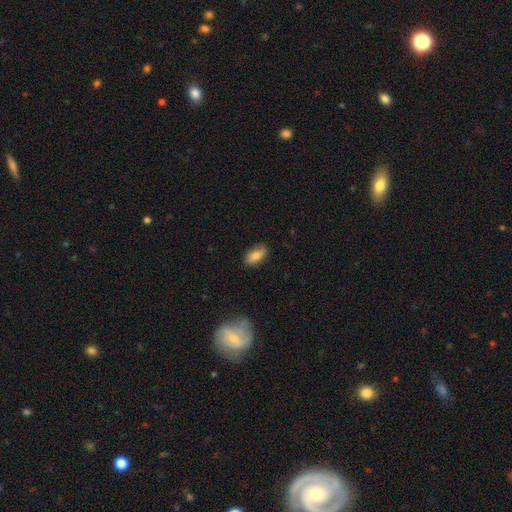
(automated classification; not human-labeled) smooth 78%, featured or disk 15%, star or artifact 7%. Down the decision tree: how rounded — in between (90%); merging — none (80%).